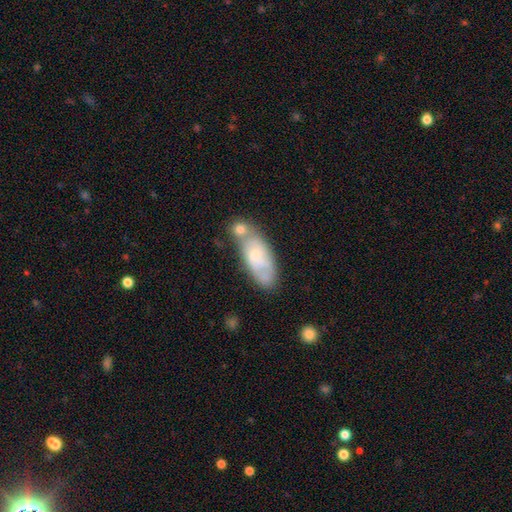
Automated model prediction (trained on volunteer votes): Overall: smooth (50%; featured or disk 43%). Merging: none (41%; merger 32%).